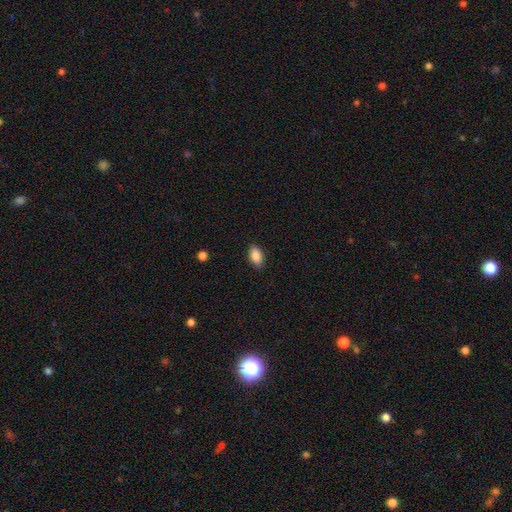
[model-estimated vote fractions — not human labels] A smooth galaxy with no disk features (88%) that is in between round and cigar-shaped (92%). Merging: none (88%).